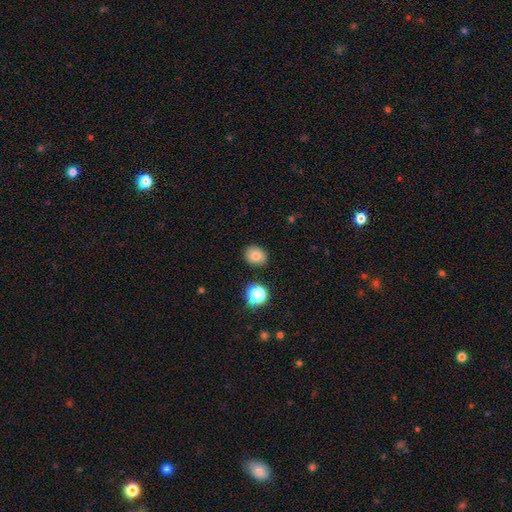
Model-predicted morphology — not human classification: smooth-or-featured: smooth: 79% | star or artifact: 13% | featured or disk: 8%
  how-rounded: round: 63% | in between: 37% | cigar-shaped: 1%
  merging: none: 85% | minor disturbance: 10% | major disturbance: 3% | merger: 2%